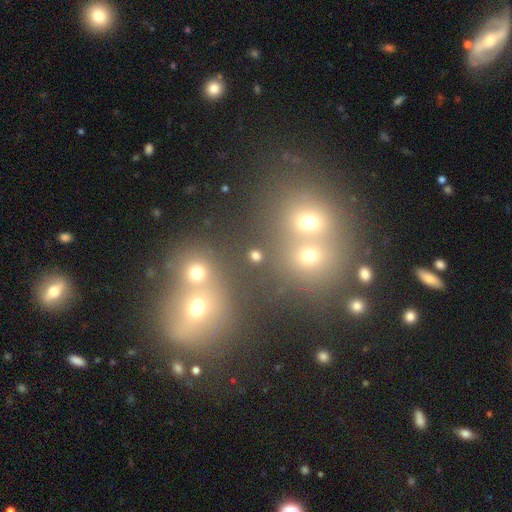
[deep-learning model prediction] The model was most divided on "smooth or featured": smooth: 72%, star or artifact: 21%, featured or disk: 7%. More confident: how rounded — round (83%); merging — none (73%).